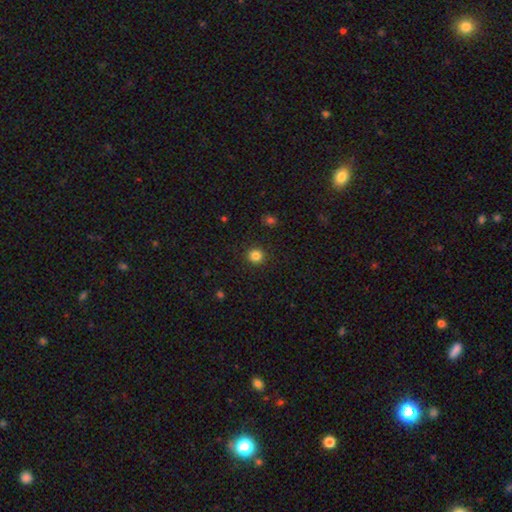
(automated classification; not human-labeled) Smooth or featured: smooth — 83% (star or artifact — 12%)
How rounded: round — 92% (in between — 7%)
Merging: none — 92% (minor disturbance — 5%)